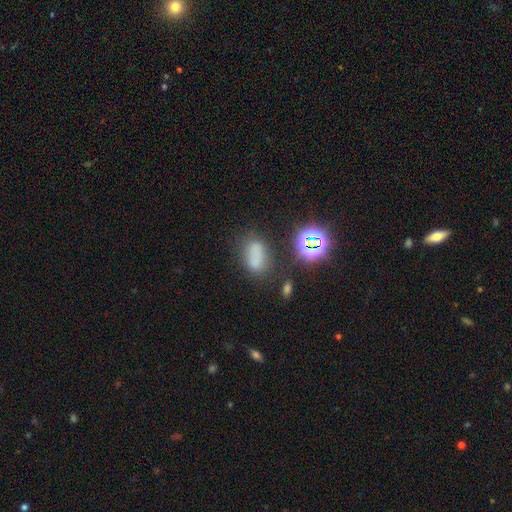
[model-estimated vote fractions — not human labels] A smooth galaxy with no disk features (67%) that is in between round and cigar-shaped (84%). Merging: none (58%).